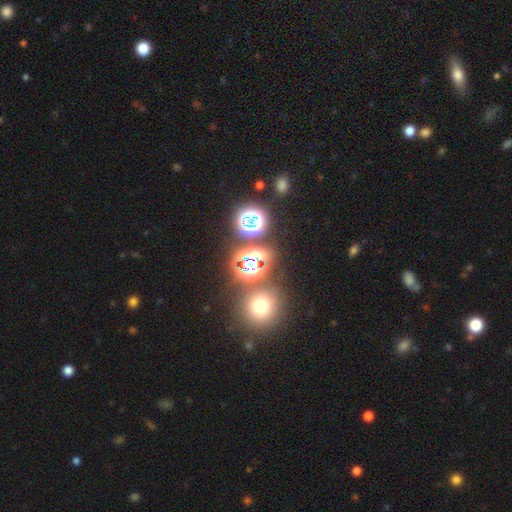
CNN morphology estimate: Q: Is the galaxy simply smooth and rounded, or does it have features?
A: star or artifact — 64%.